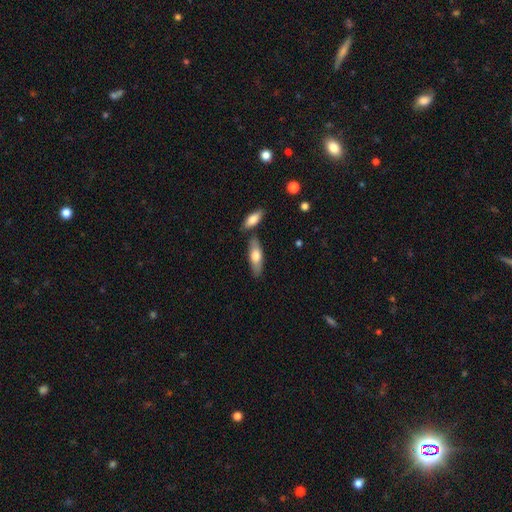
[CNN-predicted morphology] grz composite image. It shows a smooth galaxy with no disk features (67%) that is in between round and cigar-shaped (60%). Merging: none (75%).